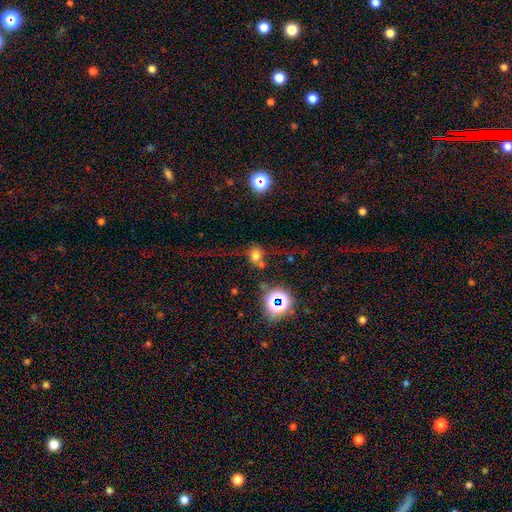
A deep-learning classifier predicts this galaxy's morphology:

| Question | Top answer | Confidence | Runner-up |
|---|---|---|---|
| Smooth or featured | smooth | 65% | star or artifact (26%) |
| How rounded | round | 66% | in between (32%) |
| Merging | none | 59% | merger (16%) |